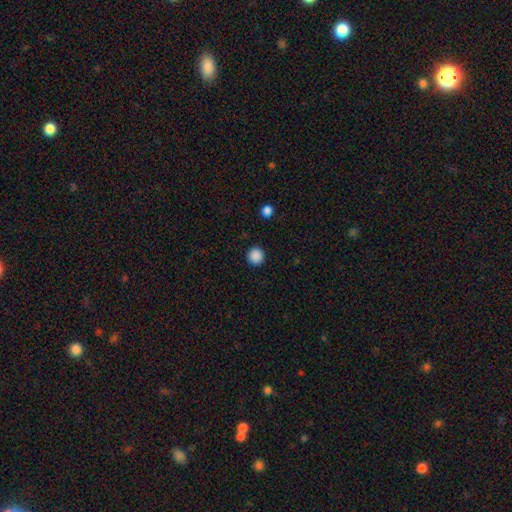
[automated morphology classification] type=smooth (88%); roundness=round (95%); merging=none (92%).